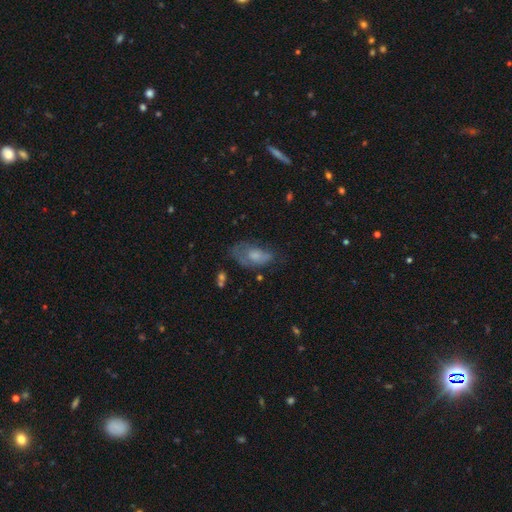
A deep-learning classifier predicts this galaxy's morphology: This appears to be a smooth galaxy with no disk features (53%) that is in between round and cigar-shaped (89%). Merging: none (39%).